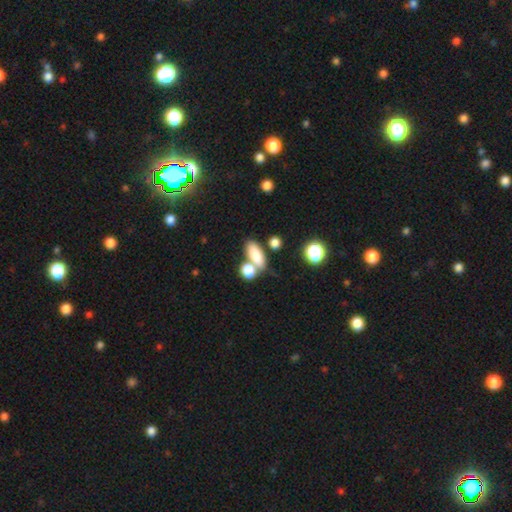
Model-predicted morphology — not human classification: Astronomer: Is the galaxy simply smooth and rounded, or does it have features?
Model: smooth — 82%.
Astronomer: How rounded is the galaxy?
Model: in between — 80%.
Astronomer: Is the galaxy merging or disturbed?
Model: none — 52% (runner-up: merger, 32%).